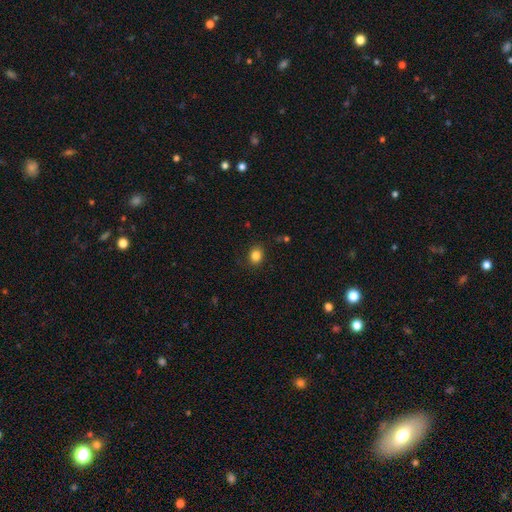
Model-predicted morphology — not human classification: smooth-or-featured: smooth: 84% | star or artifact: 11% | featured or disk: 5%
  how-rounded: round: 65% | in between: 34% | cigar-shaped: 1%
  merging: none: 84% | minor disturbance: 11% | major disturbance: 3% | merger: 1%